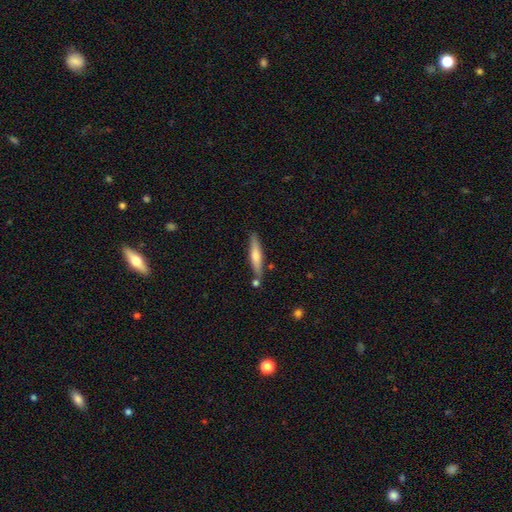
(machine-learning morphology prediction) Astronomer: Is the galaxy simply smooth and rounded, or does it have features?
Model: smooth — 47%, tied with featured or disk at 47%.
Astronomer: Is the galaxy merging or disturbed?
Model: none — 83%.